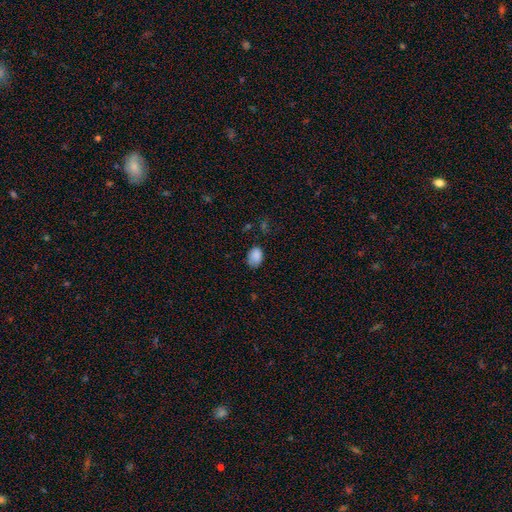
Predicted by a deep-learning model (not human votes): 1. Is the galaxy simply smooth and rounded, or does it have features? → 86% smooth, 9% star or artifact, 5% featured or disk.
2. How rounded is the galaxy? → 78% in between, 21% round, 1% cigar-shaped.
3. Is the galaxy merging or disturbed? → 68% none, 25% minor disturbance, 5% major disturbance, 2% merger.